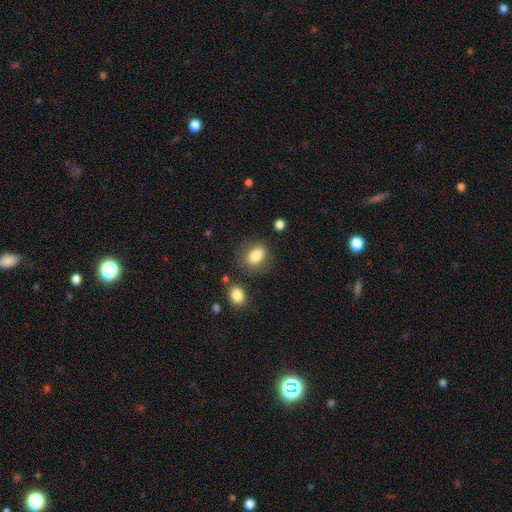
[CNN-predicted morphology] smooth_or_featured: smooth (p=0.82) [alt: featured or disk p=0.09]
how_rounded: in between (p=0.68) [alt: round p=0.30]
merging: none (p=0.78) [alt: minor disturbance p=0.14]